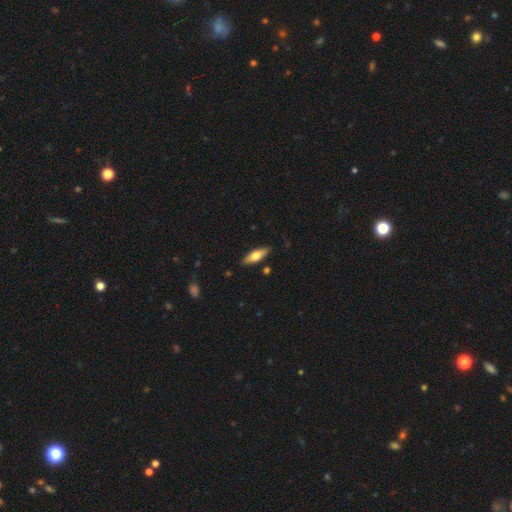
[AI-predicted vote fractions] Morphology: type=smooth (63%); roundness=in between (57%); merging=none (86%).